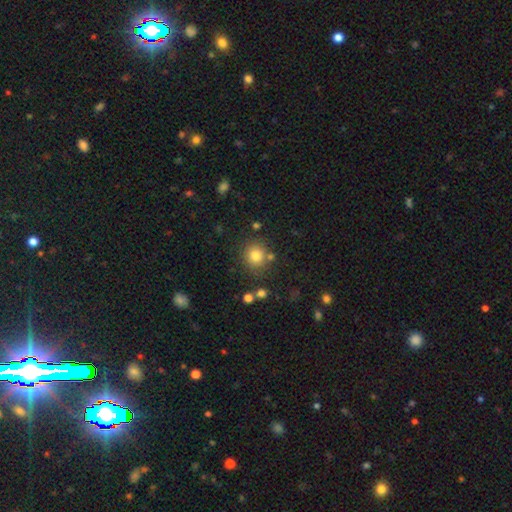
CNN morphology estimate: Smooth or featured? Predicted: smooth (p=0.80). How rounded? Predicted: round (p=0.89). Merging? Predicted: none (p=0.81).